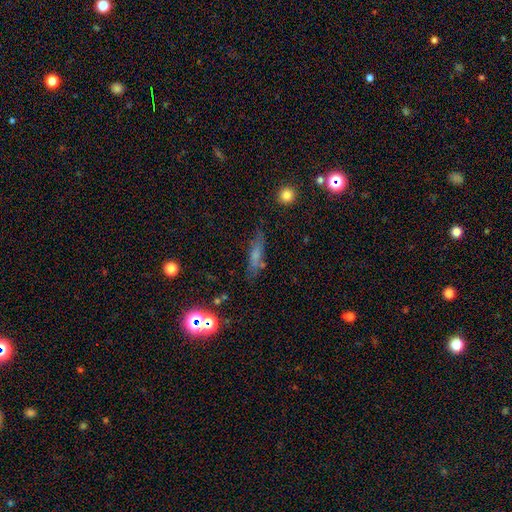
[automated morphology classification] A smooth galaxy with no disk features (57%) that is cigar-shaped (69%).

Vote fractions:
- Smooth or featured? smooth: 57% / featured or disk: 30% / star or artifact: 13%
- How rounded? cigar-shaped: 69% / in between: 27% / round: 4%
- Merging? none: 68% / minor disturbance: 19% / major disturbance: 7% / merger: 6%